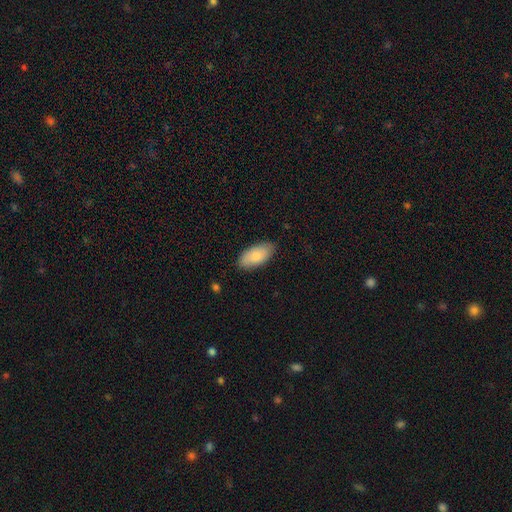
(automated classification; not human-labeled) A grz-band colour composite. It shows a smooth galaxy with no disk features (79%) that is in between round and cigar-shaped (93%). Merging: none (84%).